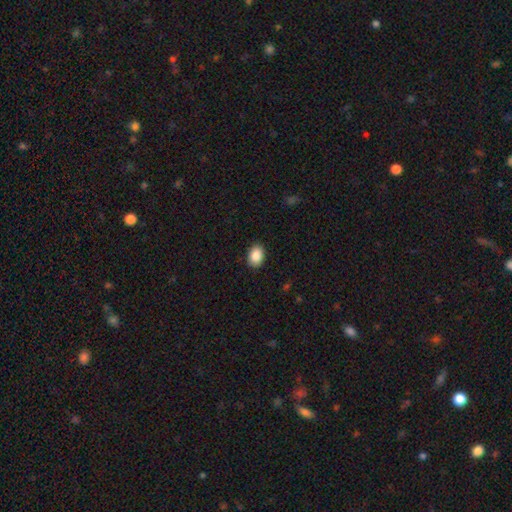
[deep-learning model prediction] Overall: smooth (88%). How rounded: in between (76%). Merging: none (90%).